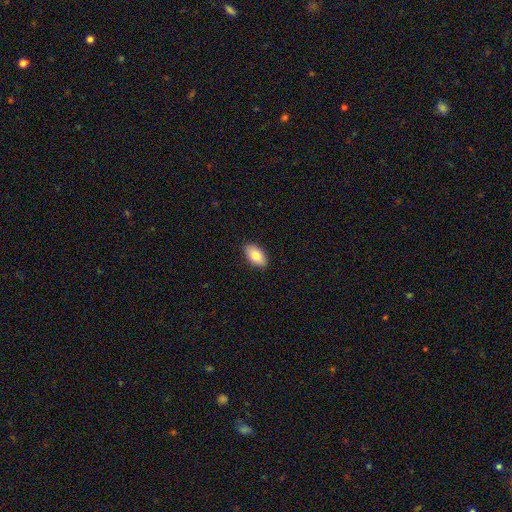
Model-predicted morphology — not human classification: Smooth or featured: smooth — 82% (featured or disk — 11%)
How rounded: in between — 93% (round — 4%)
Merging: none — 90% (minor disturbance — 8%)